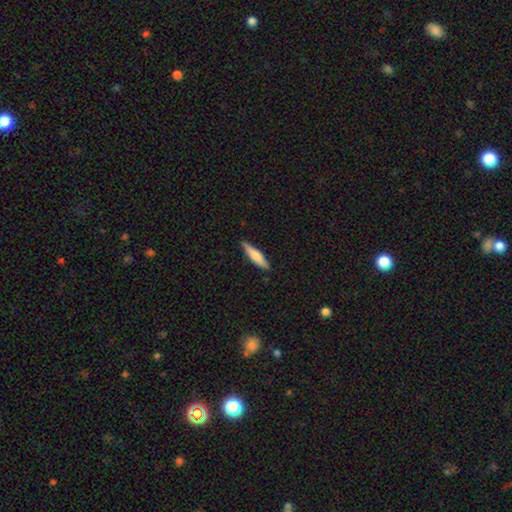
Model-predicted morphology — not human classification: smooth 67%, featured or disk 27%, star or artifact 5%. Down the decision tree: how rounded — cigar-shaped (80%); merging — none (88%).